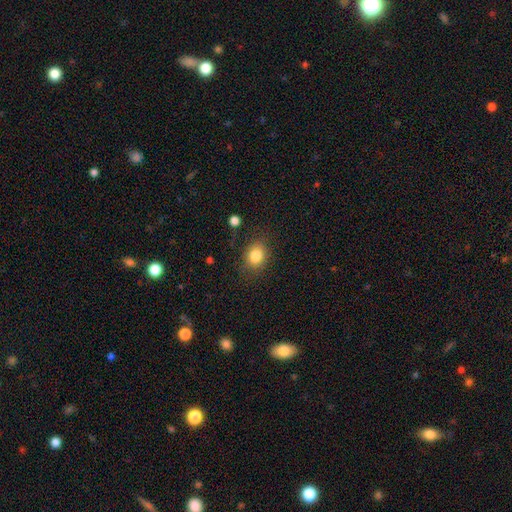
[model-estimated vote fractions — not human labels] A smooth galaxy with no disk features (84%) that is round (53%).

Vote fractions:
- Smooth or featured? smooth: 84% / star or artifact: 10% / featured or disk: 7%
- How rounded? round: 53% / in between: 46% / cigar-shaped: 1%
- Merging? none: 82% / minor disturbance: 12% / major disturbance: 4% / merger: 2%